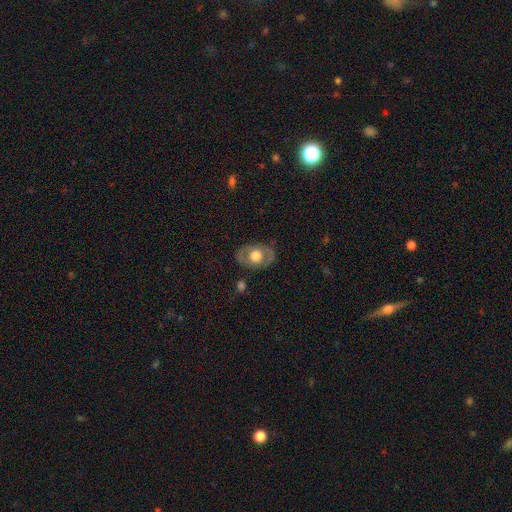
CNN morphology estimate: smooth_or_featured: featured or disk (p=0.49) [alt: smooth p=0.45]
merging: none (p=0.81) [alt: minor disturbance p=0.13]